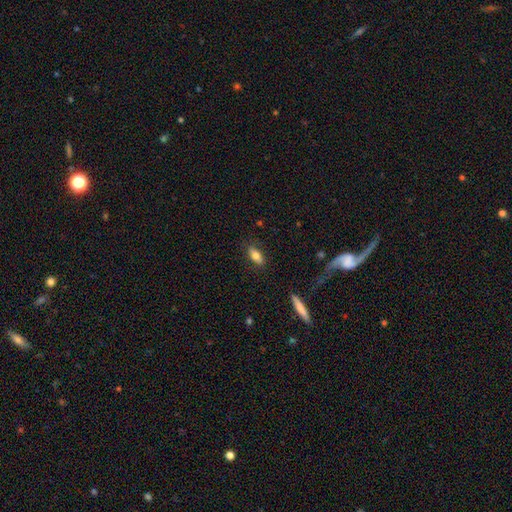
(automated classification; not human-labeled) A smooth galaxy with no disk features (77%) that is in between round and cigar-shaped (81%).

Vote fractions:
- Smooth or featured? smooth: 77% / featured or disk: 16% / star or artifact: 7%
- How rounded? in between: 81% / cigar-shaped: 15% / round: 4%
- Merging? none: 83% / minor disturbance: 12% / major disturbance: 3% / merger: 1%